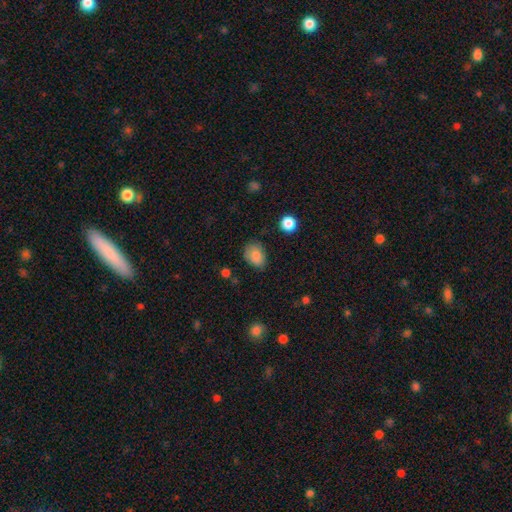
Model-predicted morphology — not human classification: This is clearly a smooth galaxy (85%). How rounded: likely in between (73%). Merging: likely none (68%).